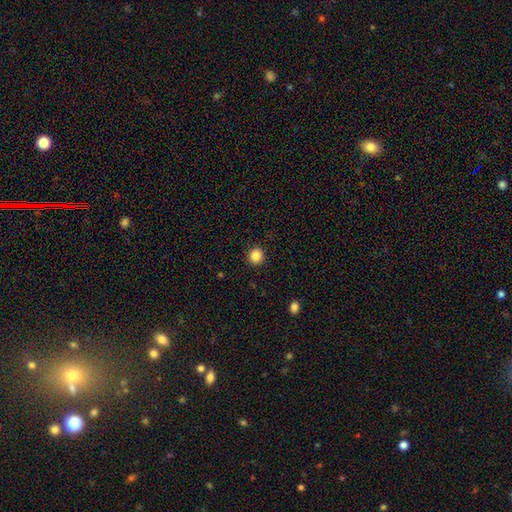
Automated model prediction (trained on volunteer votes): Smooth or featured? Predicted: smooth (p=0.86). How rounded? Predicted: round (p=0.93). Merging? Predicted: none (p=0.92).